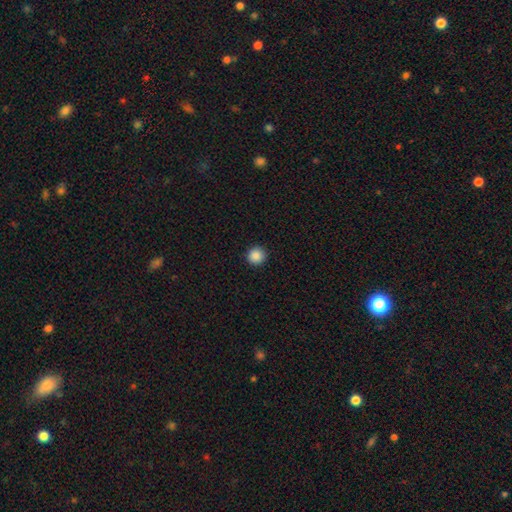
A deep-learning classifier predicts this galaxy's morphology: type=smooth (88%); roundness=round (95%); merging=none (93%).